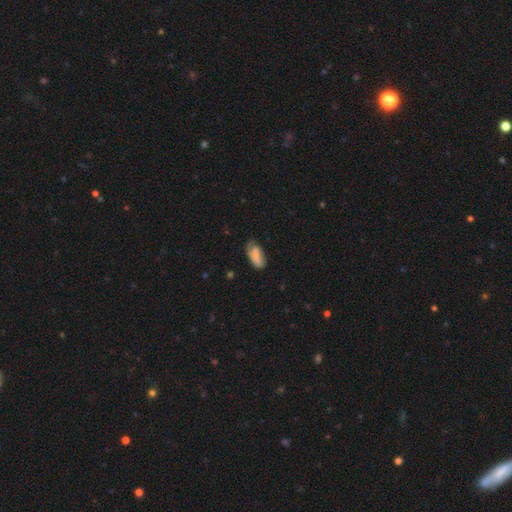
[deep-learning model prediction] smooth-or-featured: smooth: 72% | featured or disk: 20% | star or artifact: 8%
  how-rounded: in between: 86% | cigar-shaped: 11% | round: 2%
  merging: none: 50% | minor disturbance: 34% | major disturbance: 14% | merger: 3%